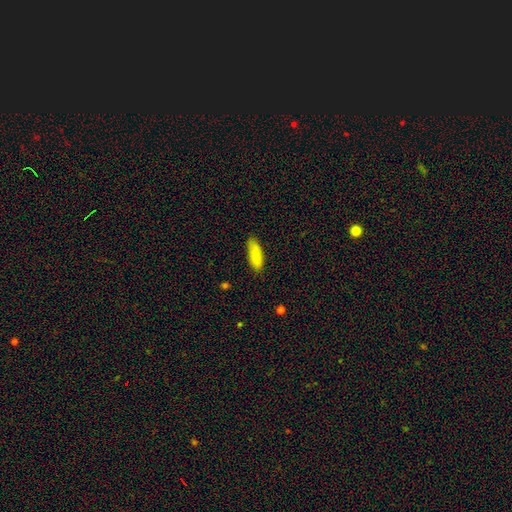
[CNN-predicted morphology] This is clearly a smooth galaxy (86%). How rounded: possibly in between (59%). Merging: likely none (80%).